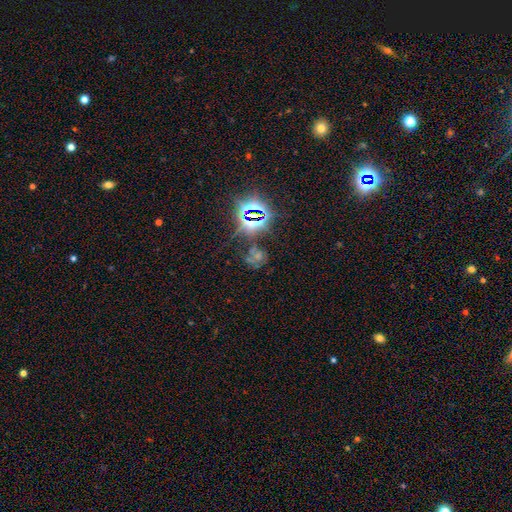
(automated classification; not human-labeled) The model was most divided on "smooth or featured": star or artifact: 58%, smooth: 22%, featured or disk: 19%.